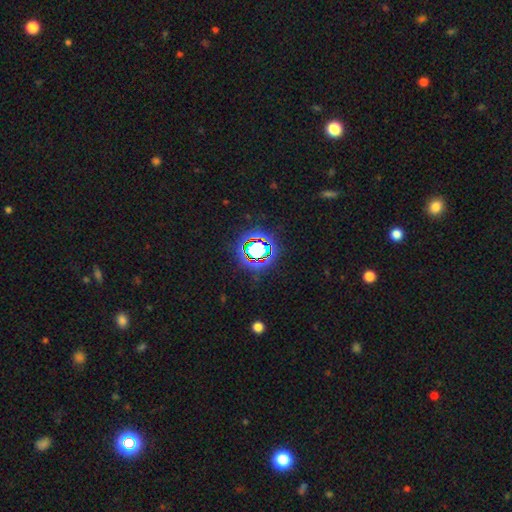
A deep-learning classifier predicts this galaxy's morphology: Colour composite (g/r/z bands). It shows a star or artifact, not a galaxy (77%).